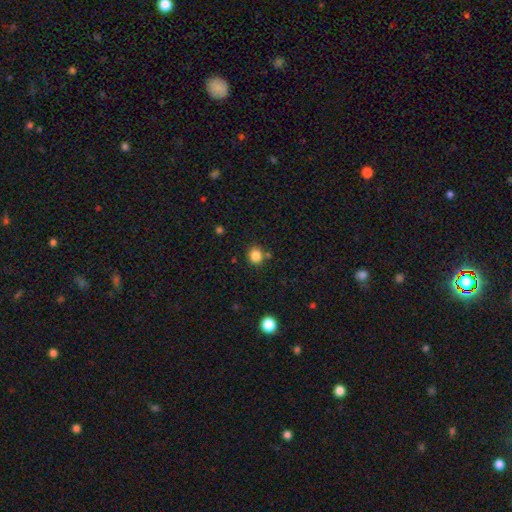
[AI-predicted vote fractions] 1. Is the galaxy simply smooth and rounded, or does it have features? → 84% smooth, 11% star or artifact, 5% featured or disk.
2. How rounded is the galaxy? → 80% round, 19% in between, 1% cigar-shaped.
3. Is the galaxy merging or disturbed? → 78% none, 11% minor disturbance, 9% merger, 3% major disturbance.